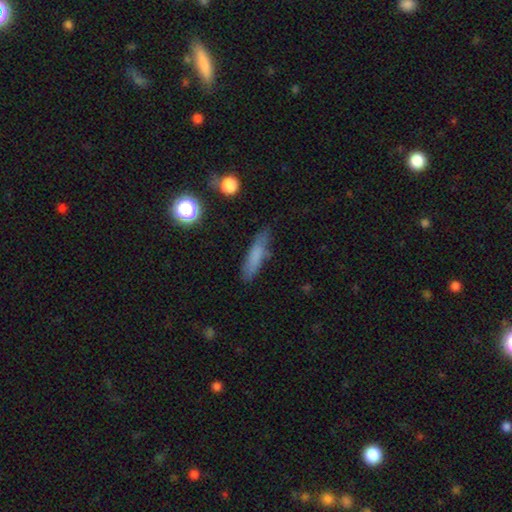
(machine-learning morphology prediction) This appears to be a smooth galaxy with no disk features (75%) that is cigar-shaped (73%). Merging: none (77%).